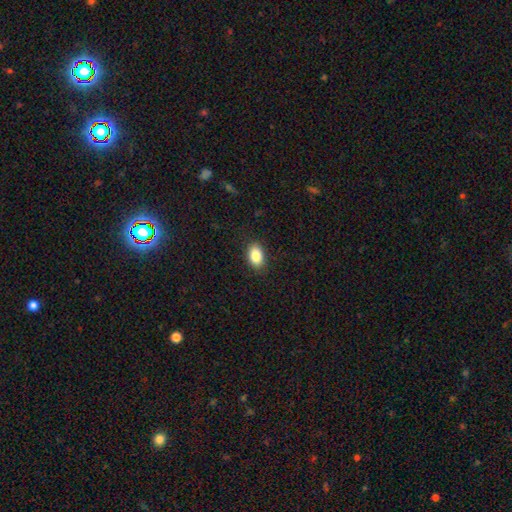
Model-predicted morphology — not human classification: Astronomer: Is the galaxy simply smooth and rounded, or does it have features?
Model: smooth — 86%.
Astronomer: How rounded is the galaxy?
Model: in between — 88%.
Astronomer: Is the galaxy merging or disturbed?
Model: none — 89%.